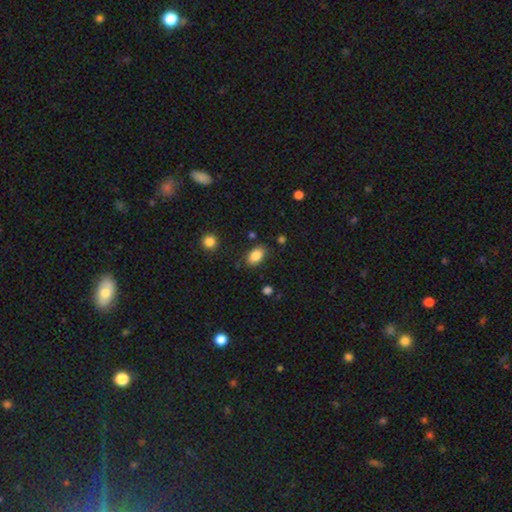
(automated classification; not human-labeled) smooth-or-featured: smooth: 85% | star or artifact: 8% | featured or disk: 6%
  how-rounded: in between: 89% | round: 9% | cigar-shaped: 2%
  merging: none: 82% | minor disturbance: 12% | major disturbance: 3% | merger: 2%